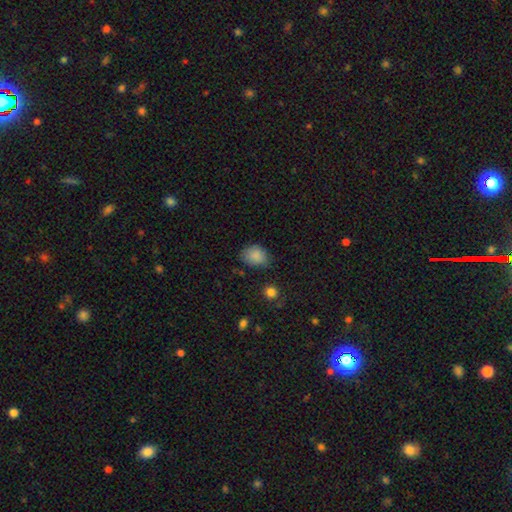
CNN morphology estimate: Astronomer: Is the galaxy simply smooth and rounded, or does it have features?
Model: smooth — 85%.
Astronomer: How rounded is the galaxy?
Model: in between — 55% (runner-up: round, 45%).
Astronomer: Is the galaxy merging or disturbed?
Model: none — 68%.